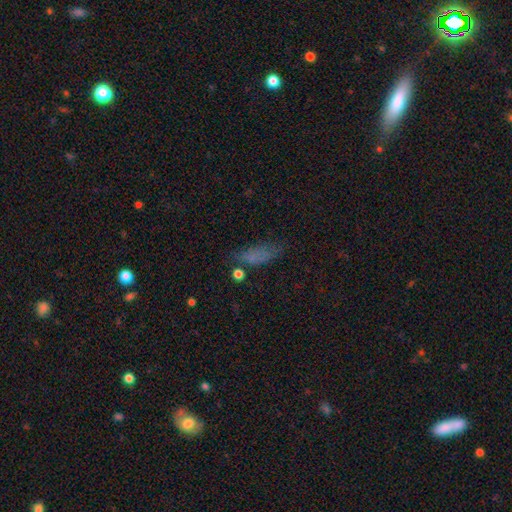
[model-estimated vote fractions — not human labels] smooth_or_featured: smooth (p=0.63) [alt: star or artifact p=0.20]
how_rounded: in between (p=0.60) [alt: cigar-shaped p=0.36]
merging: none (p=0.54) [alt: minor disturbance p=0.26]